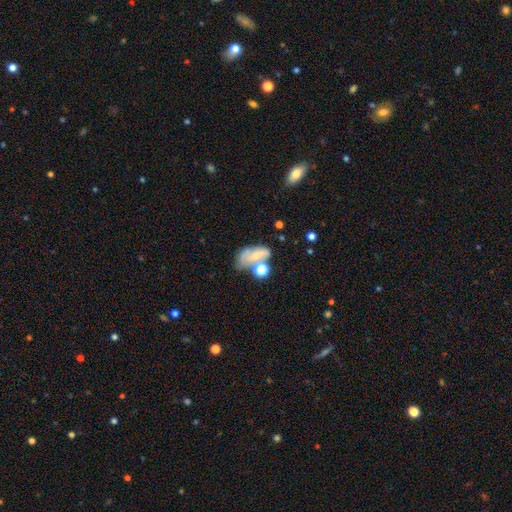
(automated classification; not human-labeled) smooth 50%, featured or disk 37%, star or artifact 13%. Down the decision tree: how rounded — in between (81%); merging — merger (34%).